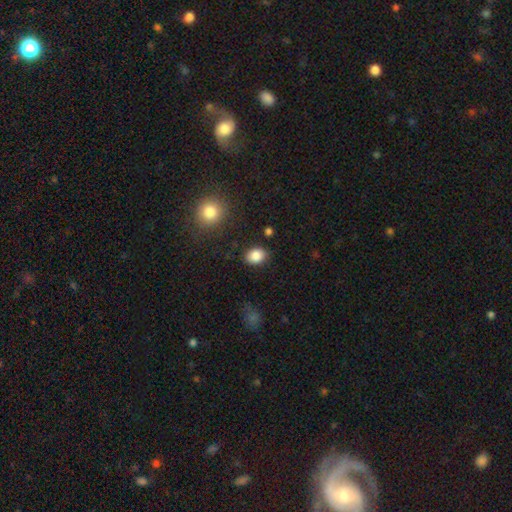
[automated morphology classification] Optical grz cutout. It shows a smooth galaxy with no disk features (85%) that is in between round and cigar-shaped (64%). Merging: none (86%).